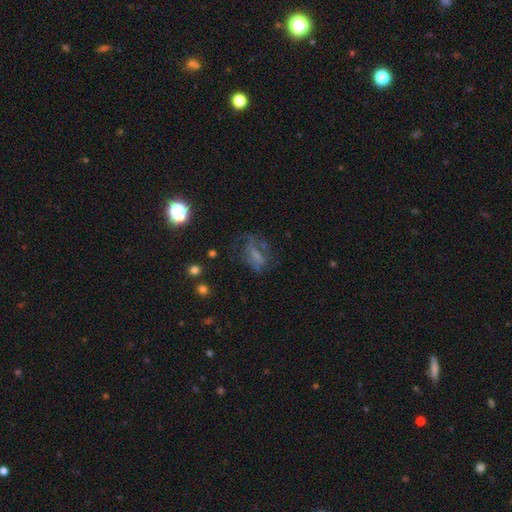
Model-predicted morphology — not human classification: featured or disk 41%, smooth 37%, star or artifact 22%. Down the decision tree: merging — none (43%).